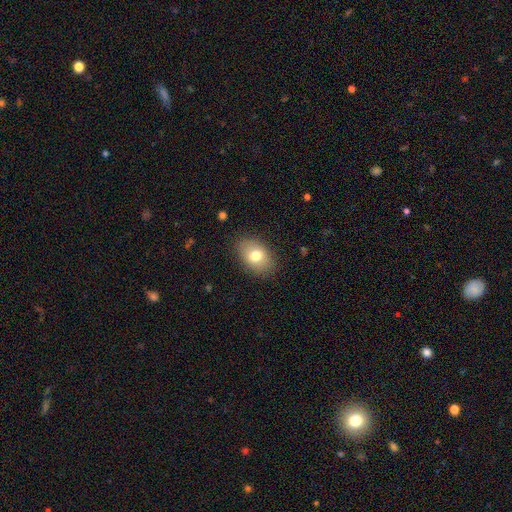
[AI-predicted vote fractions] A smooth galaxy with no disk features (77%) that is in between round and cigar-shaped (83%). Merging: none (85%).